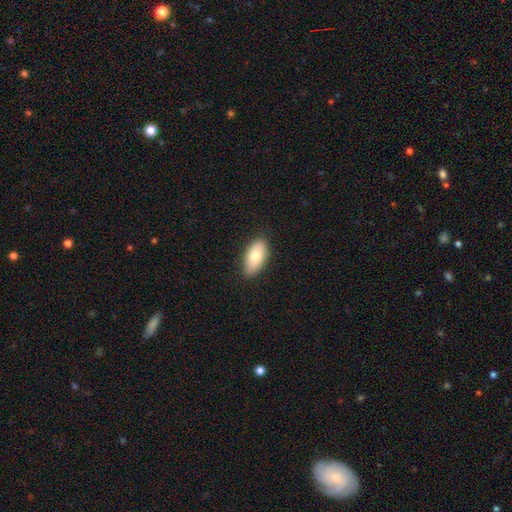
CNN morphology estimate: Smooth or featured?
  - smooth: 75% *
  - featured or disk: 19%
  - star or artifact: 7%
How rounded?
  - in between: 92% *
  - cigar-shaped: 4%
  - round: 3%
Merging?
  - none: 86% *
  - minor disturbance: 11%
  - major disturbance: 2%
  - merger: 1%